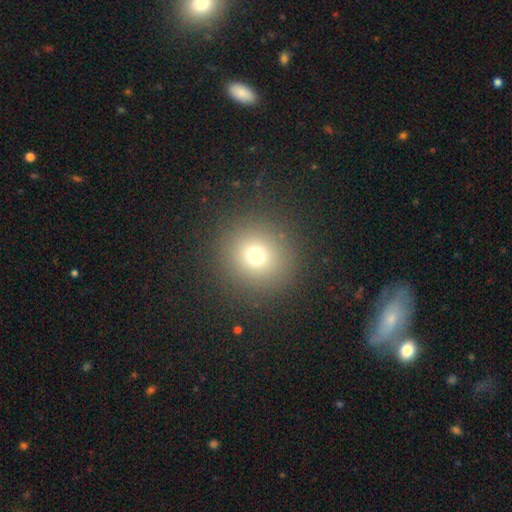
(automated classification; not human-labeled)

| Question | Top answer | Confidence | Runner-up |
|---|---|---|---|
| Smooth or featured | smooth | 72% | star or artifact (19%) |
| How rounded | round | 94% | in between (5%) |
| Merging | none | 89% | minor disturbance (6%) |